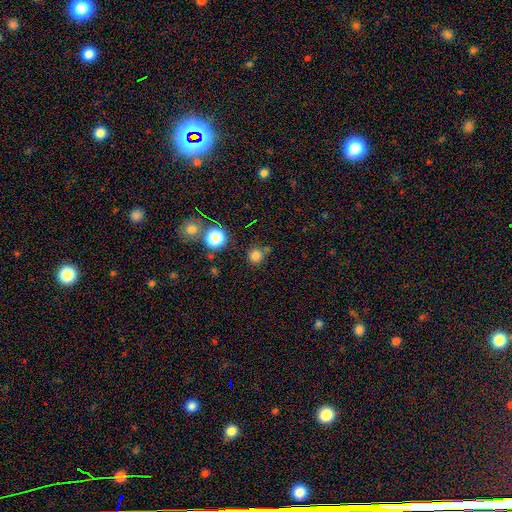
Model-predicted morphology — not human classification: smooth-or-featured: smooth: 78% | star or artifact: 17% | featured or disk: 6%
  how-rounded: round: 93% | in between: 6% | cigar-shaped: 1%
  merging: none: 77% | merger: 11% | minor disturbance: 9% | major disturbance: 3%